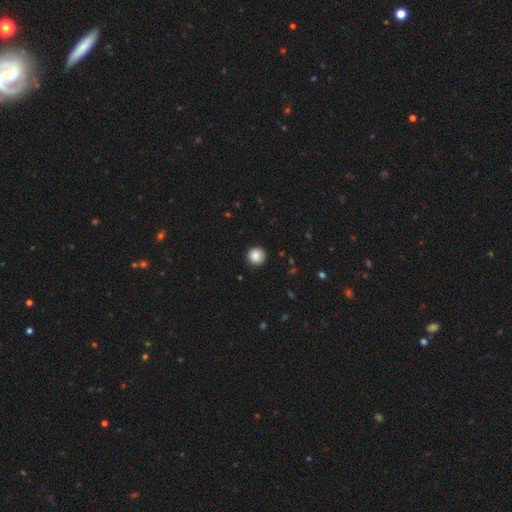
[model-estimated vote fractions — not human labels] Smooth or featured: smooth — 88% (star or artifact — 9%)
How rounded: round — 95% (in between — 4%)
Merging: none — 91% (minor disturbance — 7%)